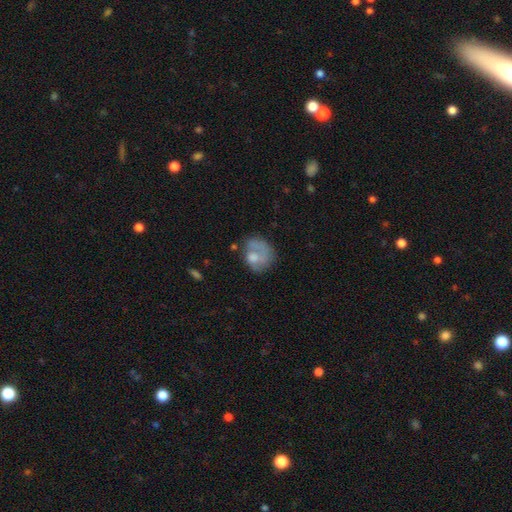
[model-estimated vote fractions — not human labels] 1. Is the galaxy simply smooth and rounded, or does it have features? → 53% smooth, 39% featured or disk, 8% star or artifact.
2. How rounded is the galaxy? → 55% round, 44% in between, 1% cigar-shaped.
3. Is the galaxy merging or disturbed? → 38% none, 32% major disturbance, 22% minor disturbance, 7% merger.